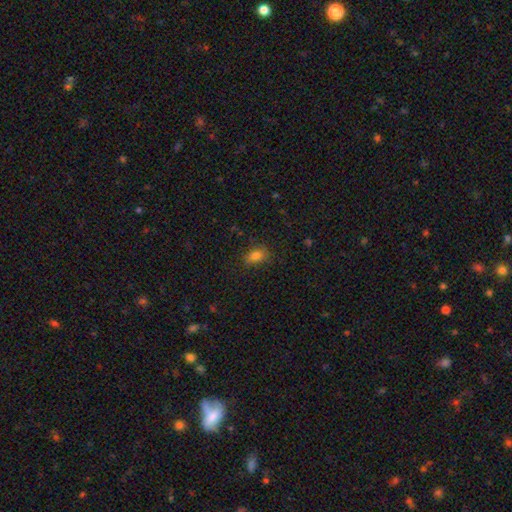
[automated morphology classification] This is clearly a smooth galaxy (80%). How rounded: clearly in between (80%). Merging: likely none (75%).